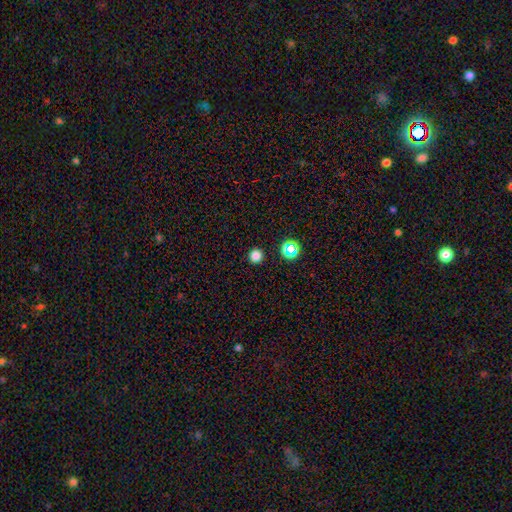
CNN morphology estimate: This appears to be a smooth galaxy with no disk features (80%) that is round (95%). Merging: none (93%).